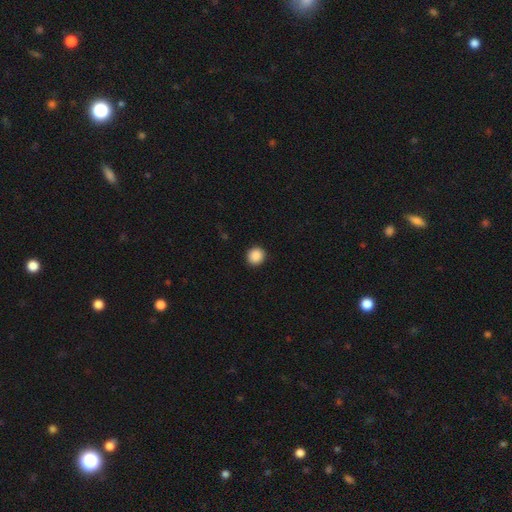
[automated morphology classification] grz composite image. It shows a smooth galaxy with no disk features (89%) that is round (90%). Merging: none (92%).